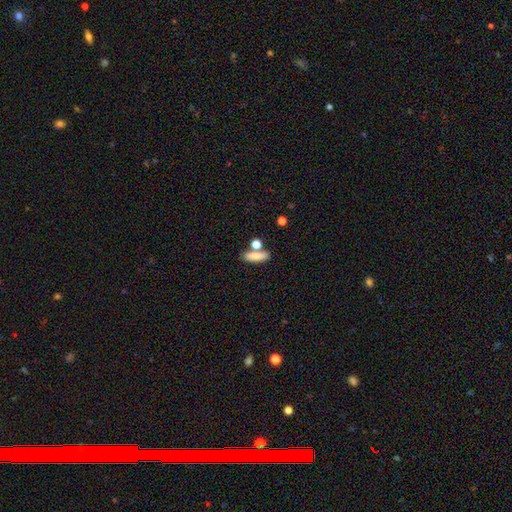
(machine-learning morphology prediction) smooth 82%, featured or disk 10%, star or artifact 8%. Down the decision tree: how rounded — in between (55%); merging — none (63%).